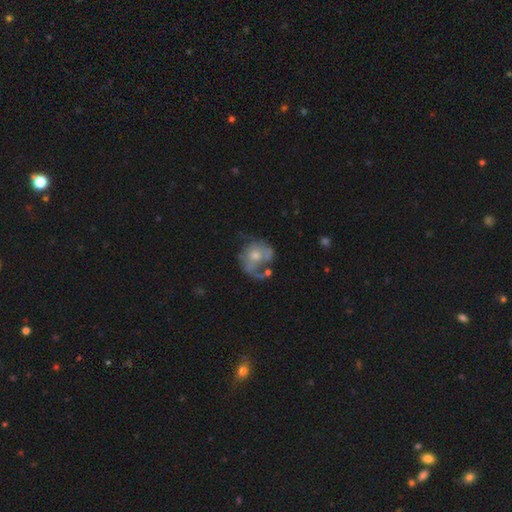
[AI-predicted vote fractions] This is likely a featured or disk galaxy (61%). It is clearly not viewed edge-on (98%). Bar: likely no (80%). Spiral arm pattern: likely yes (65%). Central bulge: possibly moderate (59%). Merging: marginally none (36%).